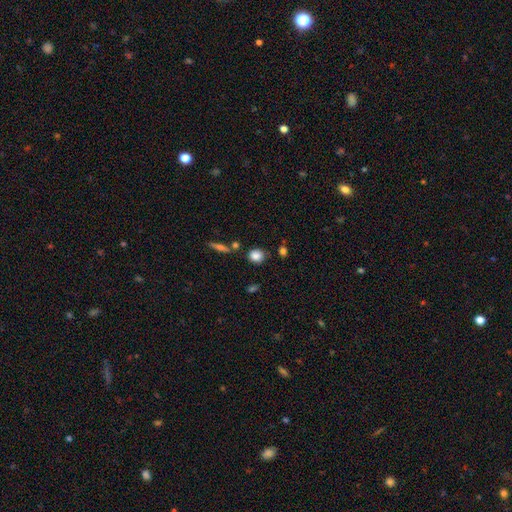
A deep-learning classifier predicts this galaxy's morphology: The model was most divided on "how rounded": round: 69%, in between: 29%, cigar-shaped: 2%. More confident: smooth or featured — smooth (84%); merging — none (80%).